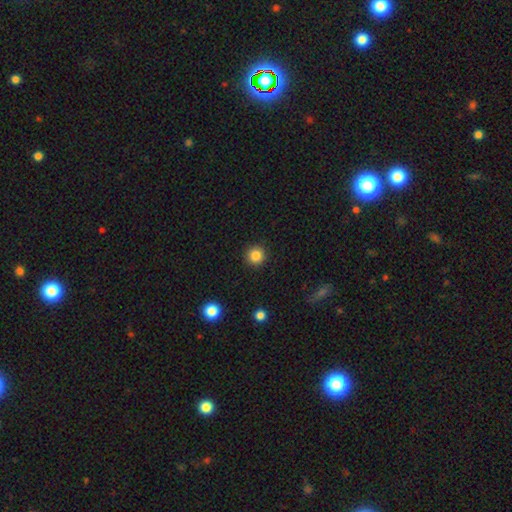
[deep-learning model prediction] smooth 85%, star or artifact 11%, featured or disk 4%. Down the decision tree: how rounded — round (95%); merging — none (92%).